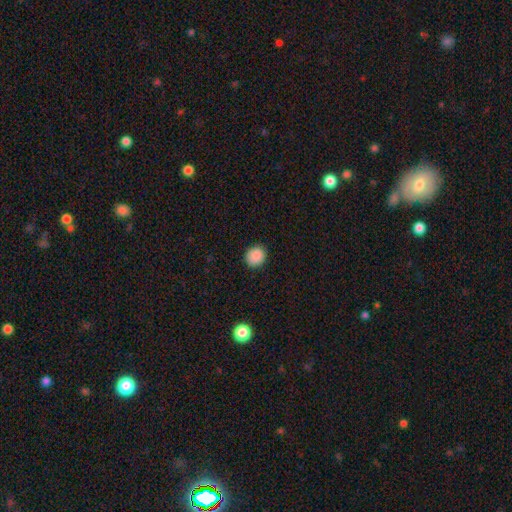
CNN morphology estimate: Smooth or featured?
  - smooth: 88% *
  - star or artifact: 9%
  - featured or disk: 3%
How rounded?
  - round: 80% *
  - in between: 19%
  - cigar-shaped: 1%
Merging?
  - none: 88% *
  - minor disturbance: 9%
  - major disturbance: 2%
  - merger: 1%